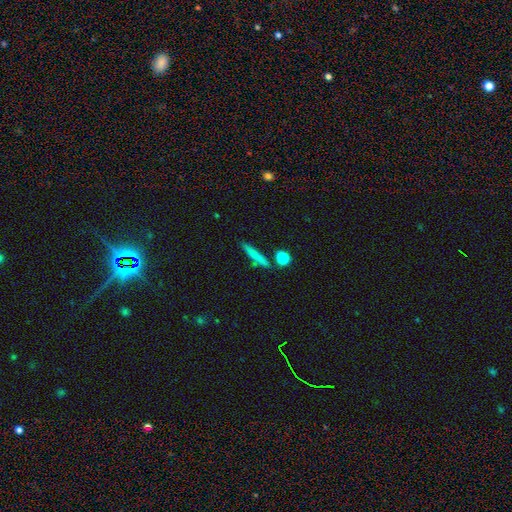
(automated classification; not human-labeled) Smooth or featured: smooth — 70% (featured or disk — 22%)
How rounded: cigar-shaped — 90% (in between — 6%)
Merging: none — 81% (minor disturbance — 10%)